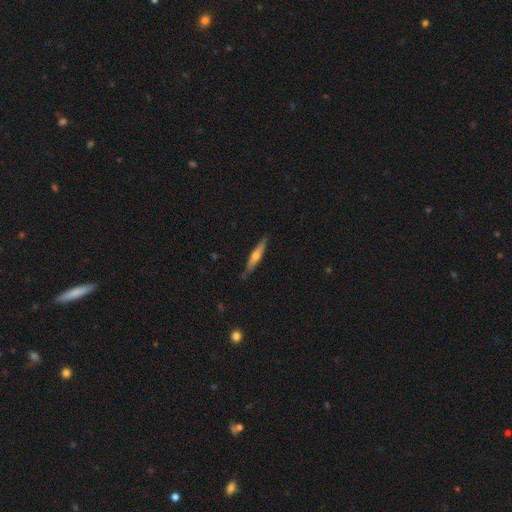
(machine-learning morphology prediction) smooth_or_featured: featured or disk (p=0.52) [alt: smooth p=0.42]
disk_edge_on: yes (p=0.94) [alt: no p=0.06]
merging: none (p=0.86) [alt: minor disturbance p=0.11]